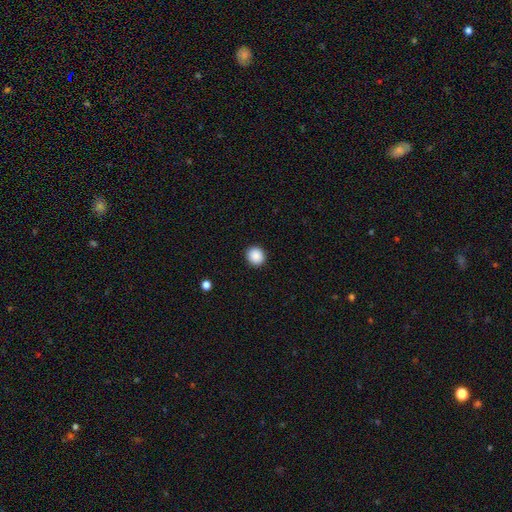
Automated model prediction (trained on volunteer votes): Overall: smooth (89%). How rounded: round (86%). Merging: none (92%).